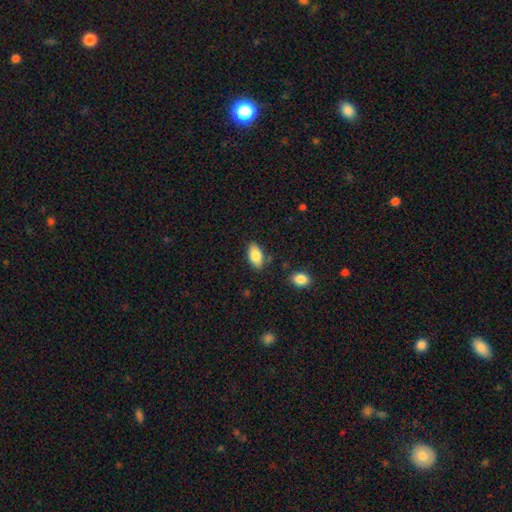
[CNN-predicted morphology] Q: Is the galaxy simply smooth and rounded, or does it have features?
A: smooth — 84%.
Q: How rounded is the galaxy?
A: in between — 93%.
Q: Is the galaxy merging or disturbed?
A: none — 82%.